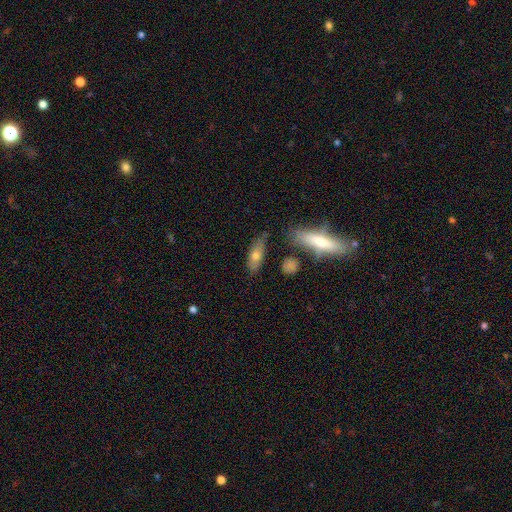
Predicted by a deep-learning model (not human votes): Overall: smooth (67%). How rounded: in between (66%; cigar-shaped 31%). Merging: none (67%).